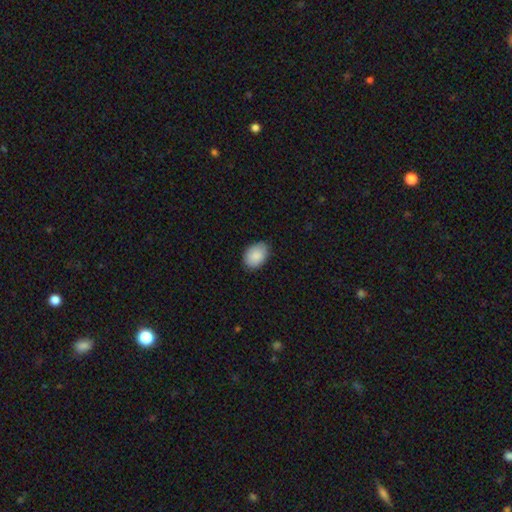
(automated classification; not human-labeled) smooth-or-featured: smooth: 89% | star or artifact: 6% | featured or disk: 4%
  how-rounded: in between: 82% | round: 17% | cigar-shaped: 1%
  merging: none: 81% | minor disturbance: 16% | major disturbance: 2% | merger: 1%